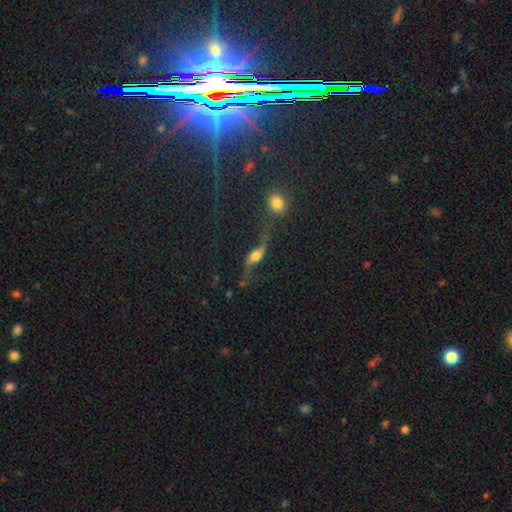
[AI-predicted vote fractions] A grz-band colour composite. It shows a featured or disk galaxy (74%) with no bar (59%), 2 (93%) loose (94%) spiral arms (91%) and a moderate central bulge (43%). Merging: none (57%).